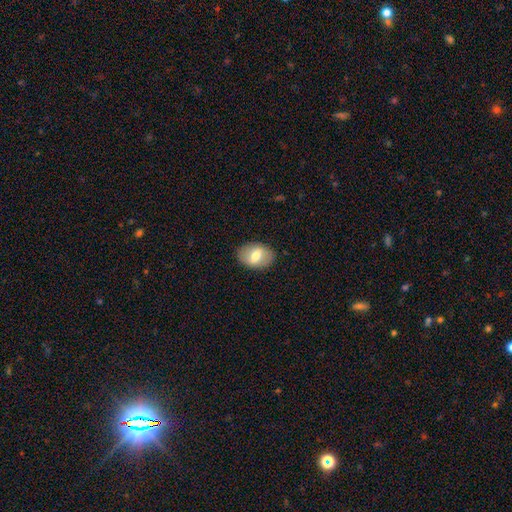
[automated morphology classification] Smooth or featured: smooth — 62% (featured or disk — 32%)
How rounded: in between — 81% (round — 18%)
Merging: none — 86% (minor disturbance — 10%)